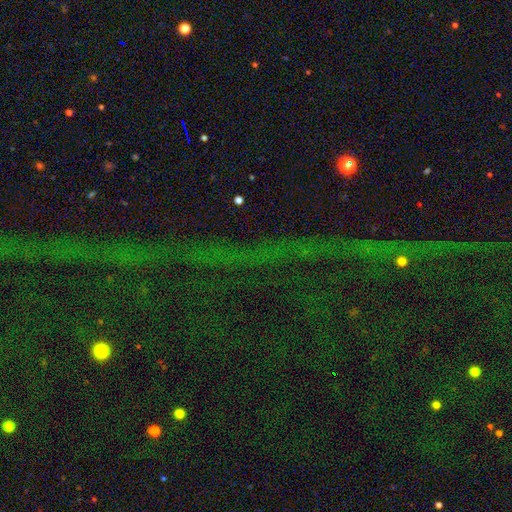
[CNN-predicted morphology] Smooth or featured?
  - star or artifact: 79% *
  - featured or disk: 11%
  - smooth: 10%